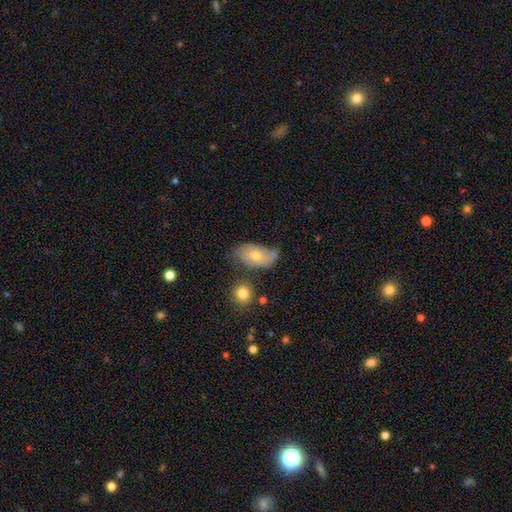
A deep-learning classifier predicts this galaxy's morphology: type=smooth (56%); roundness=in between (90%); merging=none (45%).